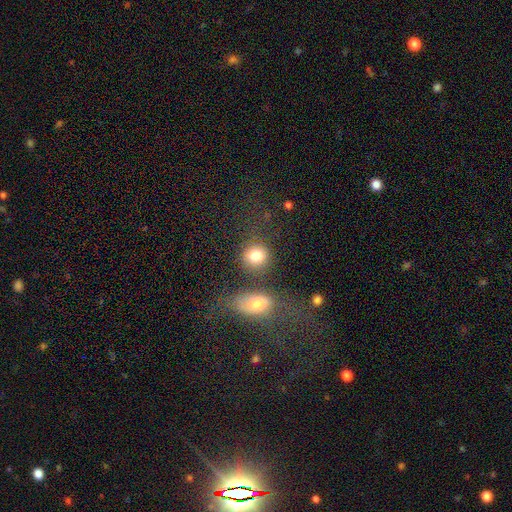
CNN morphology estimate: smooth-or-featured: smooth: 81% | star or artifact: 10% | featured or disk: 9%
  how-rounded: round: 77% | in between: 22% | cigar-shaped: 1%
  merging: none: 61% | merger: 20% | minor disturbance: 12% | major disturbance: 7%